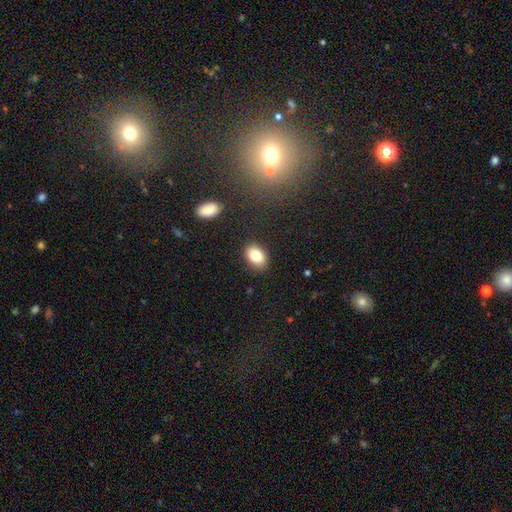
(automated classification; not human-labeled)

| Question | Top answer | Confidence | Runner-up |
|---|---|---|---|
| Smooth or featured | smooth | 82% | star or artifact (9%) |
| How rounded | in between | 81% | round (18%) |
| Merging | none | 88% | minor disturbance (9%) |